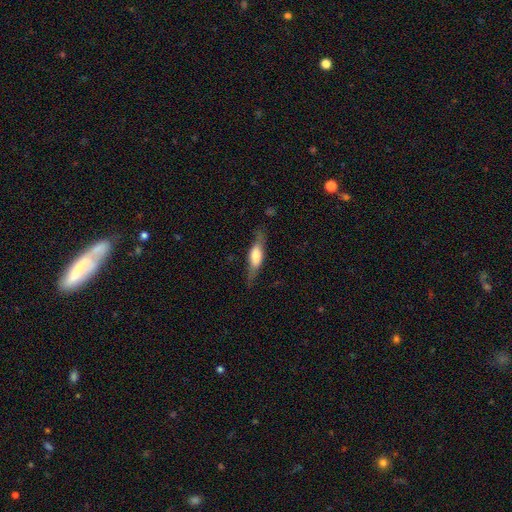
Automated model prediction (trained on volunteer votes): smooth_or_featured: featured or disk (p=0.49) [alt: smooth p=0.45]
merging: none (p=0.74) [alt: minor disturbance p=0.18]